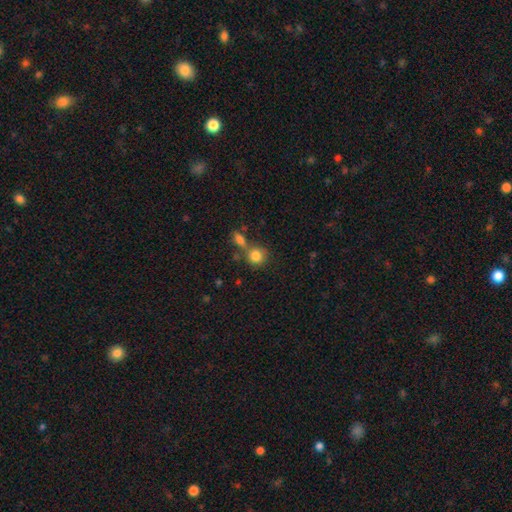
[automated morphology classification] smooth_or_featured: smooth (p=0.82) [alt: star or artifact p=0.10]
how_rounded: round (p=0.85) [alt: in between p=0.13]
merging: none (p=0.56) [alt: merger p=0.30]